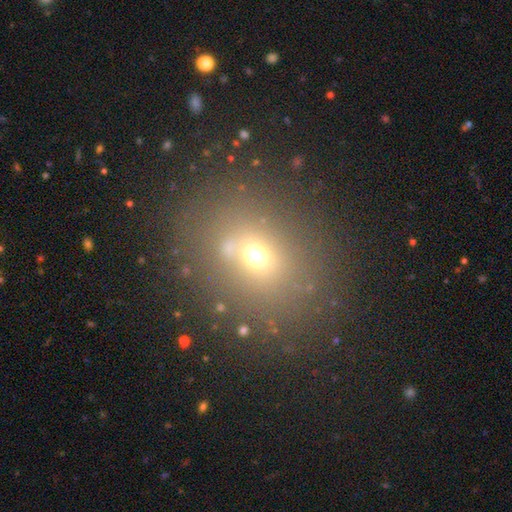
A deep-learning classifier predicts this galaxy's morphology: Smooth or featured? Predicted: smooth (p=0.60). How rounded? Predicted: round (p=0.61). Merging? Predicted: none (p=0.73).